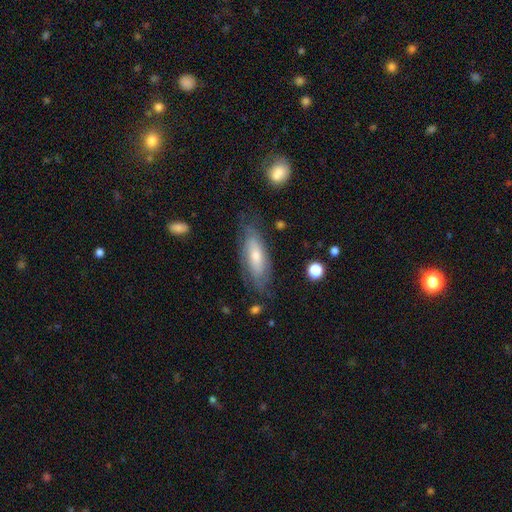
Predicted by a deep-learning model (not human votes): Smooth or featured?
  - featured or disk: 48% *
  - smooth: 45%
  - star or artifact: 7%
Merging?
  - none: 71% *
  - minor disturbance: 20%
  - major disturbance: 7%
  - merger: 2%